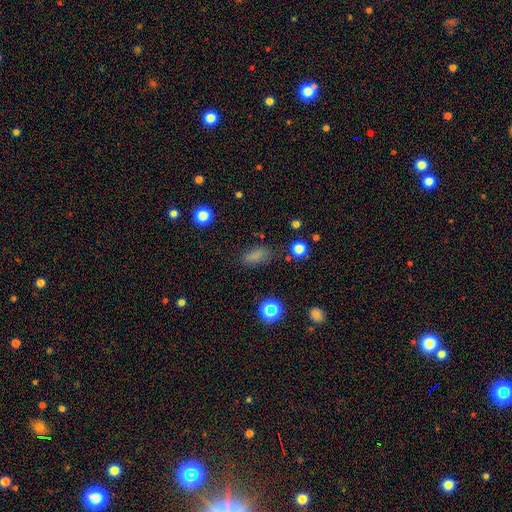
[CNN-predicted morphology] smooth 76%, star or artifact 17%, featured or disk 7%. Down the decision tree: how rounded — in between (78%); merging — none (75%).